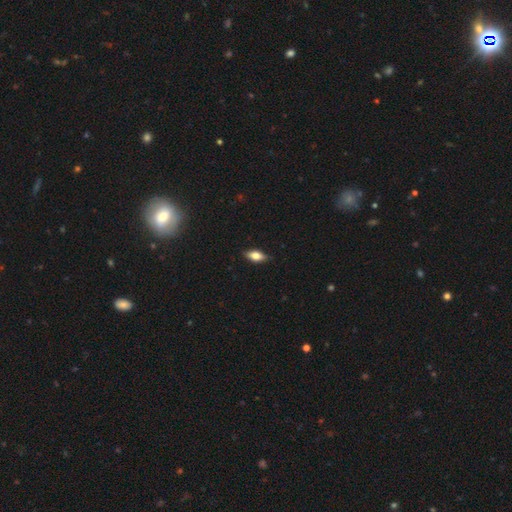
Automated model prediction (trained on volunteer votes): Smooth or featured? Predicted: smooth (p=0.64). How rounded? Predicted: in between (p=0.81). Merging? Predicted: none (p=0.84).